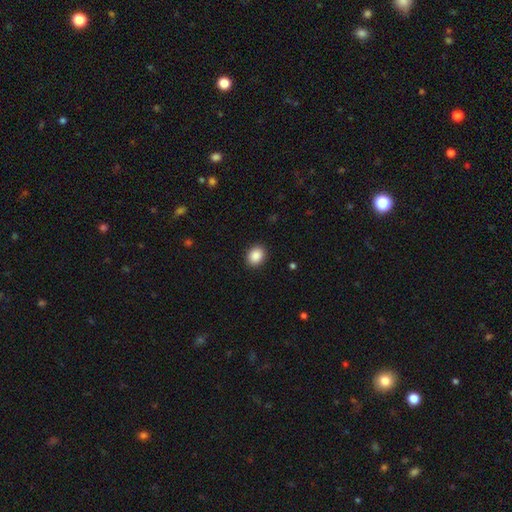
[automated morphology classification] A smooth galaxy with no disk features (89%) that is in between round and cigar-shaped (50%). Merging: none (90%).